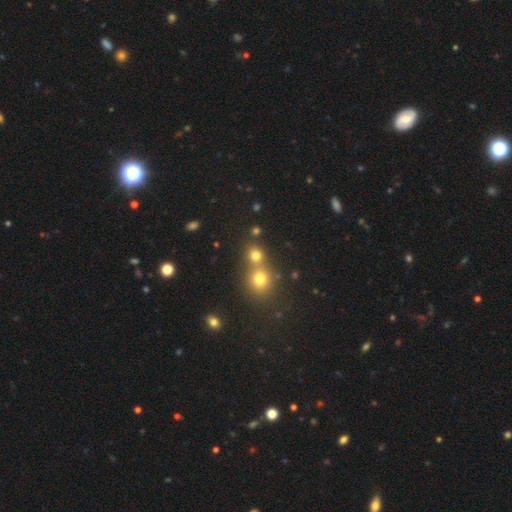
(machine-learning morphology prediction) This is likely a smooth galaxy (74%). How rounded: clearly round (82%). Merging: possibly none (50%).